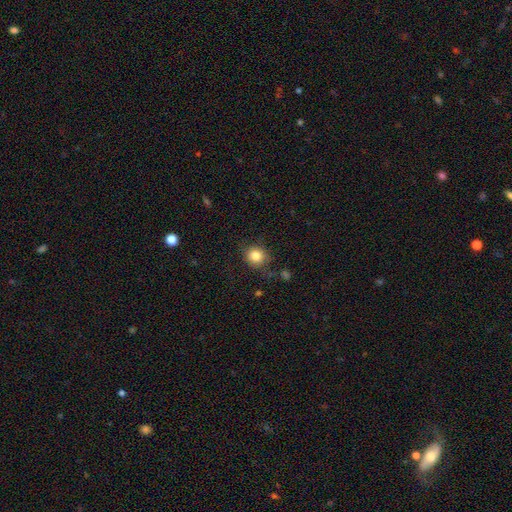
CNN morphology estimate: This is clearly a smooth galaxy (84%). How rounded: clearly round (86%). Merging: likely none (80%).